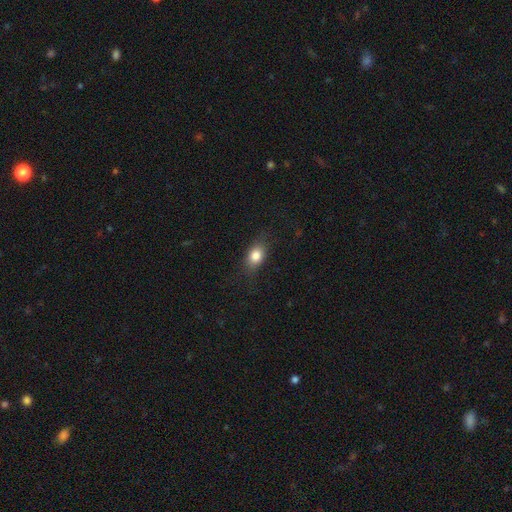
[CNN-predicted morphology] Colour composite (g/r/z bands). It shows a smooth galaxy with no disk features (82%) that is in between round and cigar-shaped (72%). Merging: none (79%).